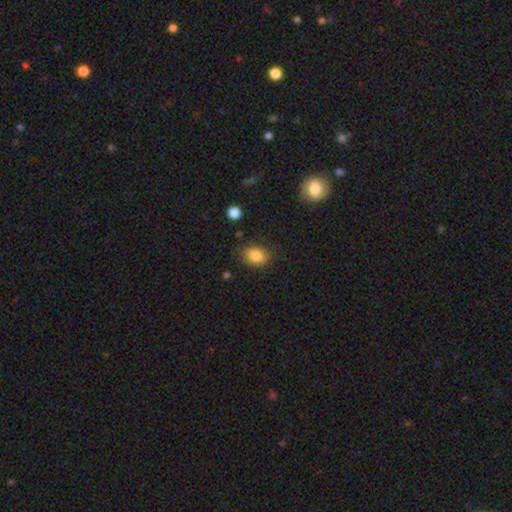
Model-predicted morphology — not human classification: Smooth or featured: smooth — 84% (star or artifact — 9%)
How rounded: in between — 60% (round — 39%)
Merging: none — 79% (minor disturbance — 16%)